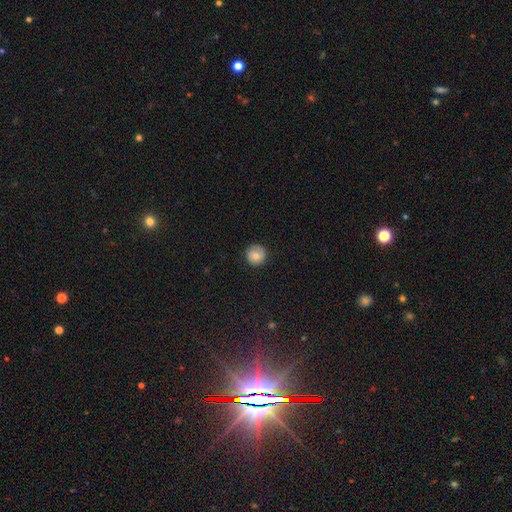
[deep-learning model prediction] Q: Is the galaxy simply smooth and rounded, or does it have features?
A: smooth — 73%.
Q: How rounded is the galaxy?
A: round — 94%.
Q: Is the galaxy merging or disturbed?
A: none — 85%.